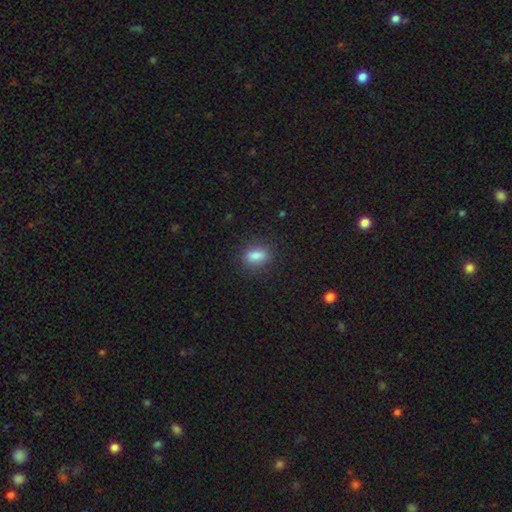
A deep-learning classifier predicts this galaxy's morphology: smooth 84%, star or artifact 10%, featured or disk 6%. Down the decision tree: how rounded — in between (77%); merging — none (84%).